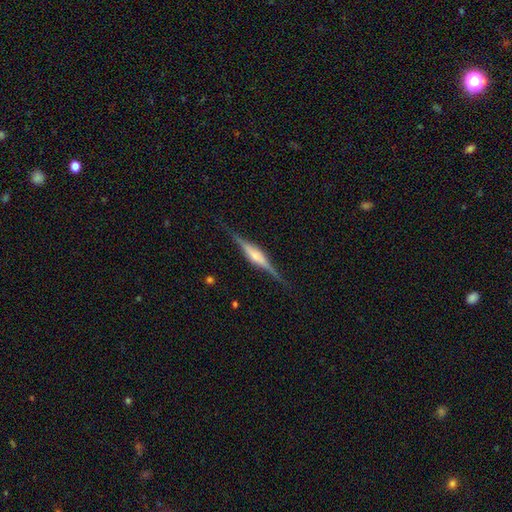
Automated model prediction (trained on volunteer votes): Q: Smooth or featured?
A: featured or disk (83%); runner-up: smooth (12%)
Q: Edge-on disk?
A: yes (98%); runner-up: no (2%)
Q: Edge-on bulge?
A: rounded (69%); runner-up: boxy (26%)
Q: Merging?
A: none (86%); runner-up: minor disturbance (10%)